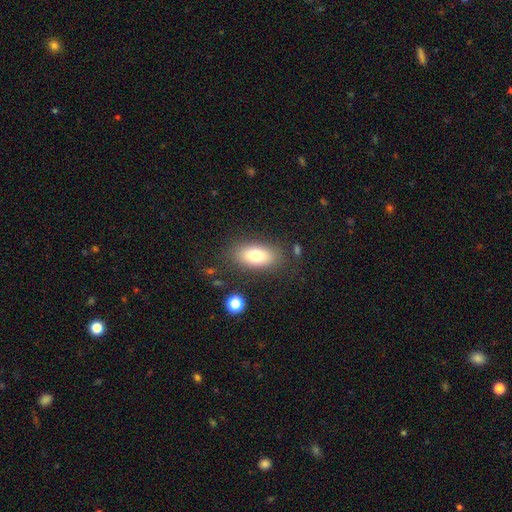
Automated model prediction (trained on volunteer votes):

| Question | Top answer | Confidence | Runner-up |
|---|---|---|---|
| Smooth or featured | smooth | 75% | featured or disk (16%) |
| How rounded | in between | 88% | round (6%) |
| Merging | none | 81% | minor disturbance (12%) |